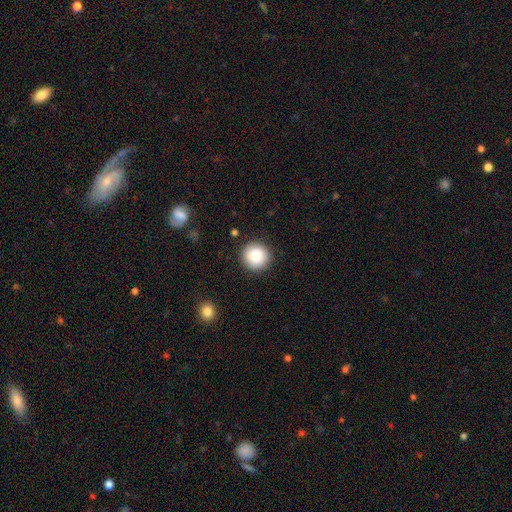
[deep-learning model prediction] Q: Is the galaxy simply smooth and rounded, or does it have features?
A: smooth — 87%.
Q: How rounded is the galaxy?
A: round — 94%.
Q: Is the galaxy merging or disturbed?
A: none — 90%.